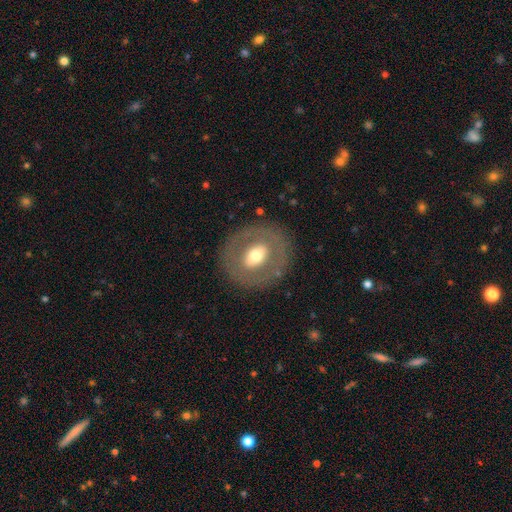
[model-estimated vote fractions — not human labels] Q: Smooth or featured?
A: featured or disk (48%); runner-up: smooth (46%)
Q: Merging?
A: none (83%); runner-up: minor disturbance (9%)